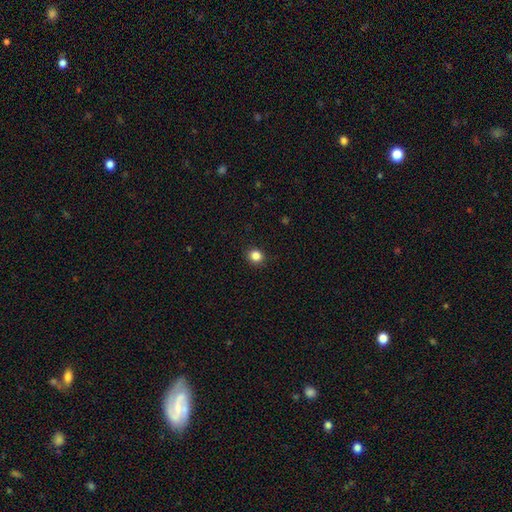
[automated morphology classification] Smooth or featured? smooth (85%)
How rounded? round (86%)
Merging? none (91%)